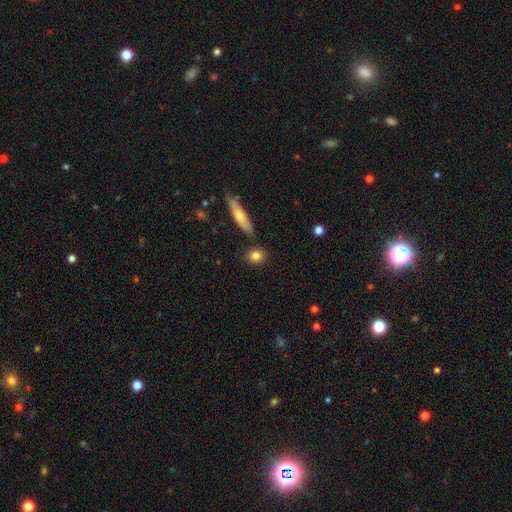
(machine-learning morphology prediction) type=smooth (81%); roundness=round (63%); merging=none (81%).